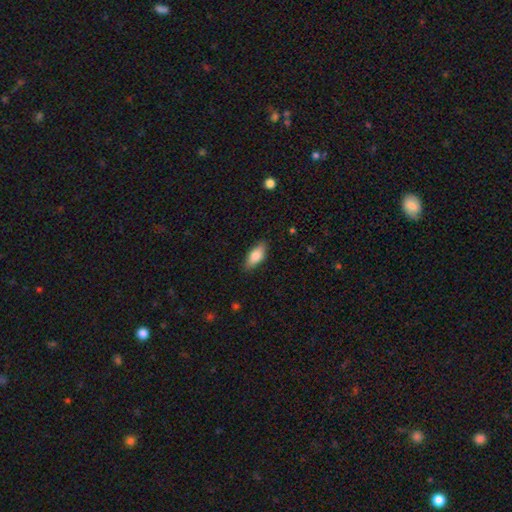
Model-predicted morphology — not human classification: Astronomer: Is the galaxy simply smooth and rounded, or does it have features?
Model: smooth — 80%.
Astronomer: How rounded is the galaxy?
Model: in between — 81%.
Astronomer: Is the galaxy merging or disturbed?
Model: none — 85%.